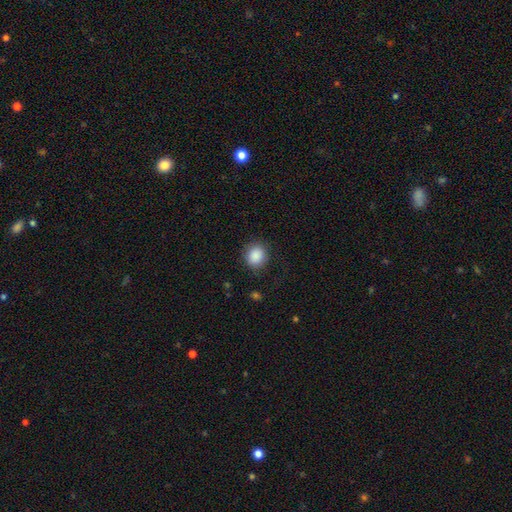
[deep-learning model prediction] Smooth or featured? smooth (88%)
How rounded? round (79%)
Merging? none (85%)